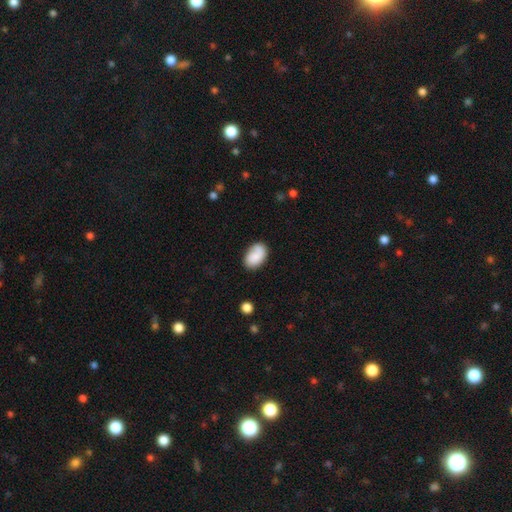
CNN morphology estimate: Overall: smooth (76%). How rounded: in between (88%). Merging: none (68%).